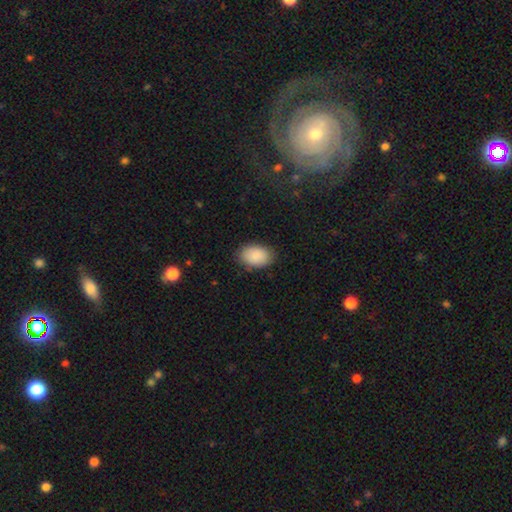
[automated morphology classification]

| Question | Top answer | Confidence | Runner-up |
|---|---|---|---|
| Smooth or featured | smooth | 88% | star or artifact (7%) |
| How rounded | in between | 88% | round (11%) |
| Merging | none | 85% | minor disturbance (11%) |